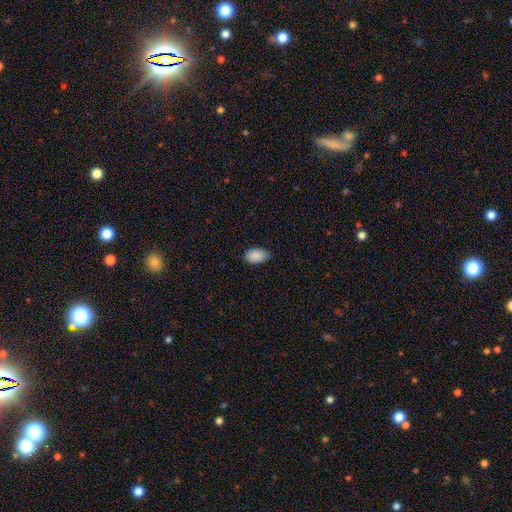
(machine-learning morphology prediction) Q: Smooth or featured?
A: smooth (90%); runner-up: star or artifact (7%)
Q: How rounded?
A: in between (93%); runner-up: round (5%)
Q: Merging?
A: none (80%); runner-up: minor disturbance (16%)